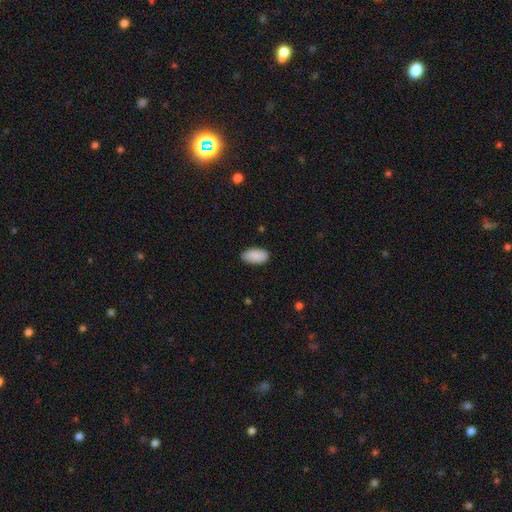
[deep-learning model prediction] Morphology: type=smooth (90%); roundness=in between (95%); merging=none (85%).